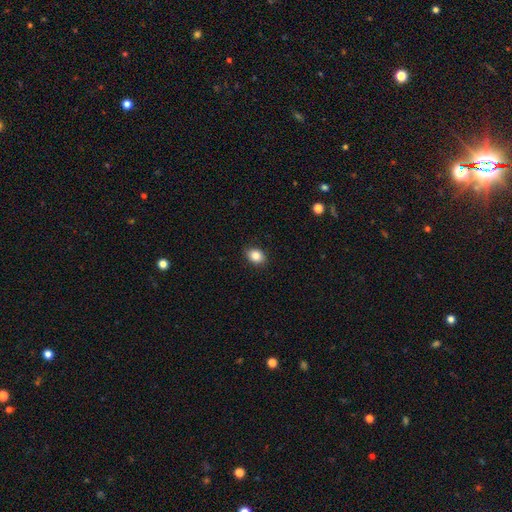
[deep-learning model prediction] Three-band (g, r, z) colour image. It shows a smooth galaxy with no disk features (85%) that is in between round and cigar-shaped (65%). Merging: none (89%).